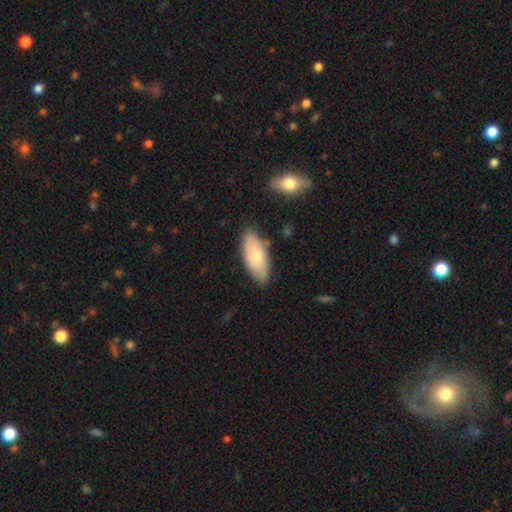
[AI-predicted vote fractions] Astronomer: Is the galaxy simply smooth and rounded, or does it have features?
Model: smooth — 65%.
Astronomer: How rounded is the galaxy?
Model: in between — 87%.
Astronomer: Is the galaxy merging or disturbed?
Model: none — 75%.